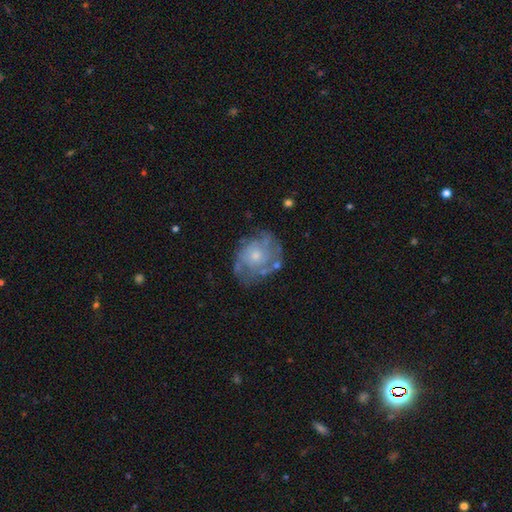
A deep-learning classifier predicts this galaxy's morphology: A featured or disk galaxy (68%) with no bar (85%), spiral arms (65%) and a small central bulge (53%).

Vote fractions:
- Smooth or featured? featured or disk: 68% / smooth: 25% / star or artifact: 7%
- Edge-on disk? no: 97% / yes: 3%
- Bar? no: 85% / weak: 13% / strong: 2%
- Spiral arms? yes: 65% / no: 35%
- Bulge size? small: 53% / moderate: 39% / none: 3% / large: 3% / dominant: 1%
- Merging? none: 61% / minor disturbance: 22% / major disturbance: 14% / merger: 3%